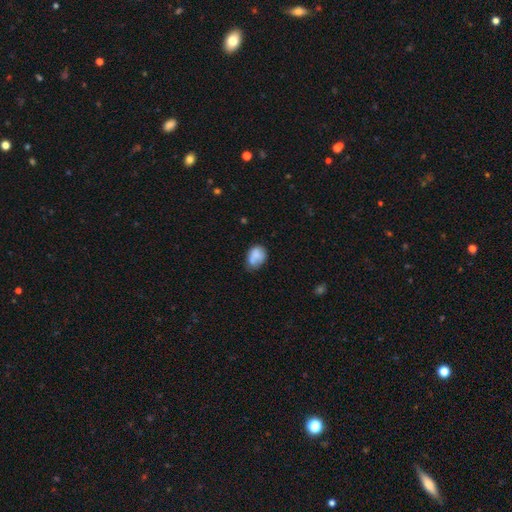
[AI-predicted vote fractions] The model was most divided on "merging": none: 40%, minor disturbance: 30%, merger: 20%, major disturbance: 10%. More confident: smooth or featured — smooth (74%); how rounded — in between (69%).